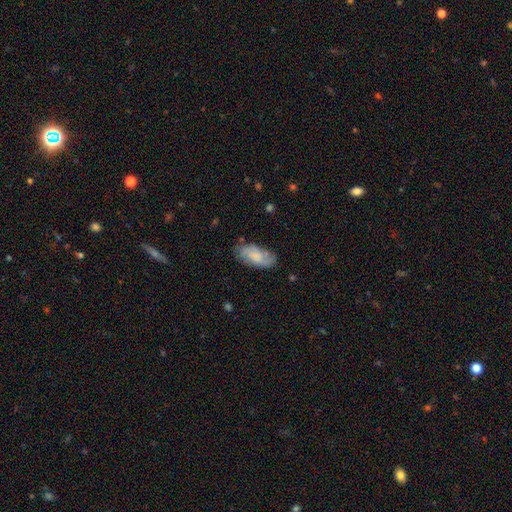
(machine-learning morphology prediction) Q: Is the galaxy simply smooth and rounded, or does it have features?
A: smooth — 53%.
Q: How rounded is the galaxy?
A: in between — 90%.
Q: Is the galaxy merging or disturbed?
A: none — 71%.